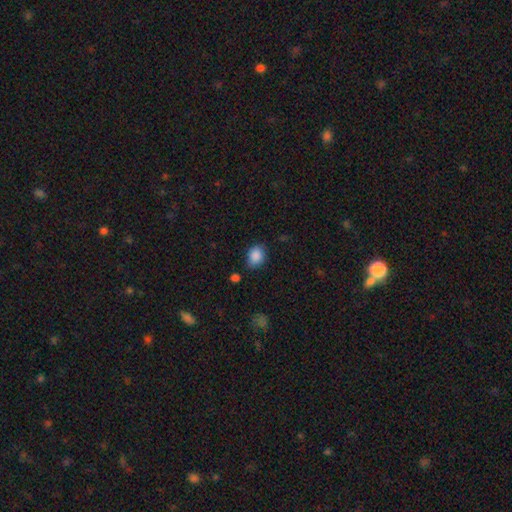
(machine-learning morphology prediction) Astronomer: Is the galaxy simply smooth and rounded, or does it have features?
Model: smooth — 87%.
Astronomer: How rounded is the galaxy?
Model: in between — 55% (runner-up: round, 44%).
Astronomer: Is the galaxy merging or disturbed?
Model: none — 70%.